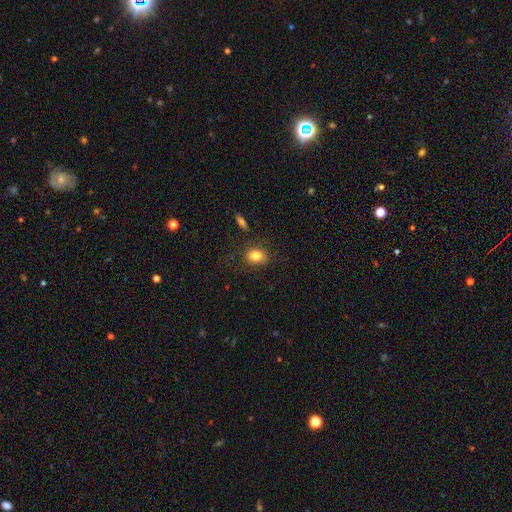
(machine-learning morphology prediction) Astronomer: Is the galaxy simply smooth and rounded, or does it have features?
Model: smooth — 83%.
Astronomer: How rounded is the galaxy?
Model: in between — 58% (runner-up: round, 41%).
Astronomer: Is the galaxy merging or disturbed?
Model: none — 82%.